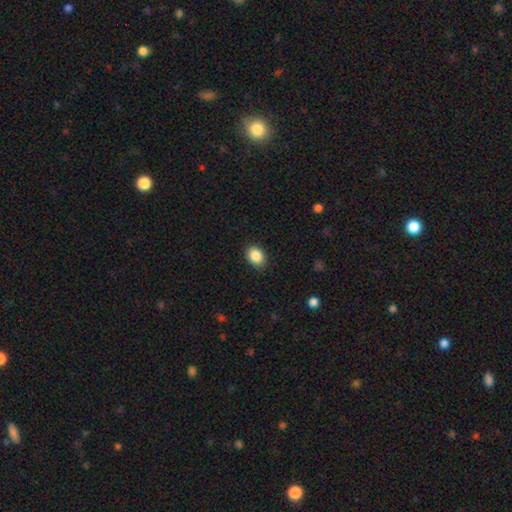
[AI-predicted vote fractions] Q: Smooth or featured?
A: smooth (87%); runner-up: star or artifact (8%)
Q: How rounded?
A: in between (66%); runner-up: round (33%)
Q: Merging?
A: none (88%); runner-up: minor disturbance (9%)